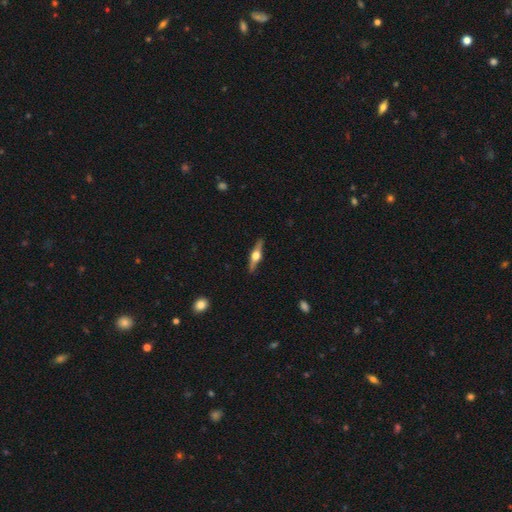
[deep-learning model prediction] A featured or disk galaxy (76%) viewed edge-on (97%) with a rounded central bulge (96%).

Vote fractions:
- Smooth or featured? featured or disk: 76% / smooth: 19% / star or artifact: 5%
- Edge-on disk? yes: 97% / no: 3%
- Edge-on bulge? rounded: 96% / boxy: 3% / none: 1%
- Merging? none: 90% / minor disturbance: 7% / major disturbance: 2% / merger: 1%